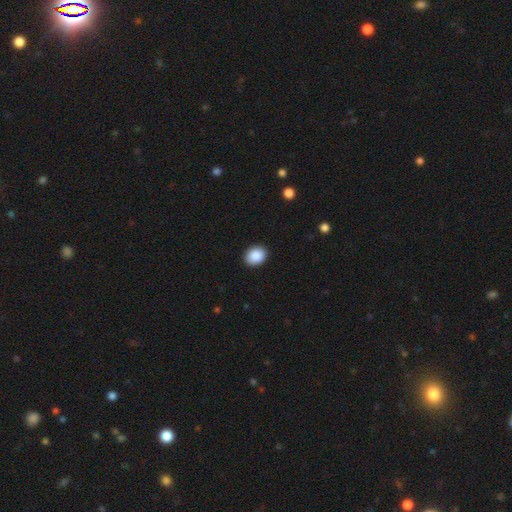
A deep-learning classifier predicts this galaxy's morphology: smooth-or-featured: smooth: 89% | star or artifact: 8% | featured or disk: 3%
  how-rounded: in between: 50% | round: 49% | cigar-shaped: 1%
  merging: none: 91% | minor disturbance: 7% | major disturbance: 2% | merger: 1%